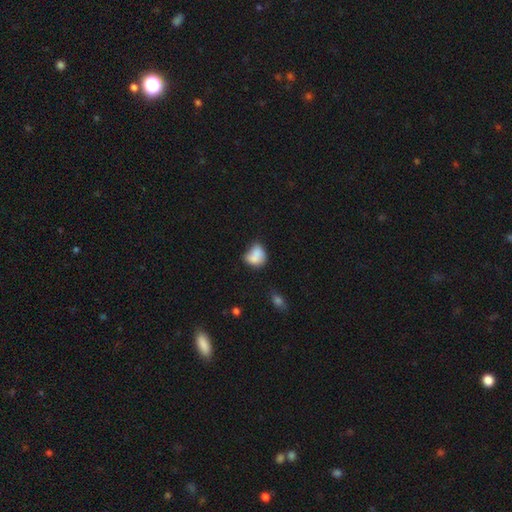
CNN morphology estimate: A smooth galaxy with no disk features (76%) that is in between round and cigar-shaped (50%). Merging: none (37%).